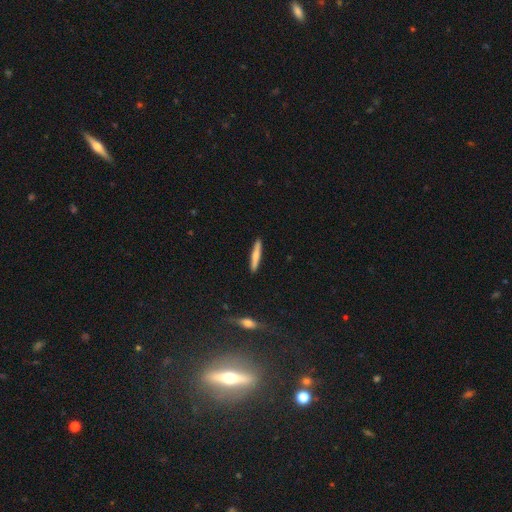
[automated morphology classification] type=smooth (60%); roundness=cigar-shaped (94%); merging=none (91%).